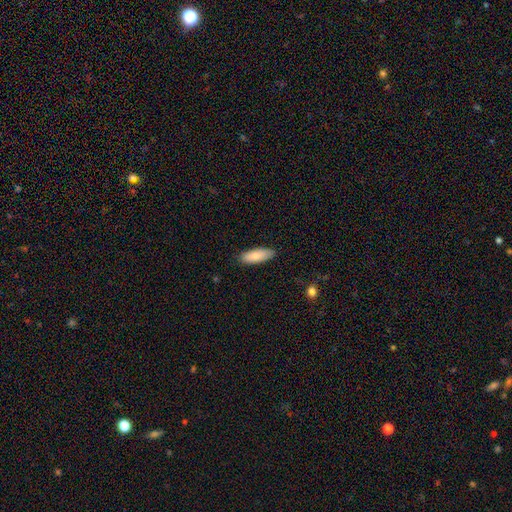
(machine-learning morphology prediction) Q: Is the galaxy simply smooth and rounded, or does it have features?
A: smooth — 81%.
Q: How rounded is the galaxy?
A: in between — 69%.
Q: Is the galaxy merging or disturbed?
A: none — 87%.